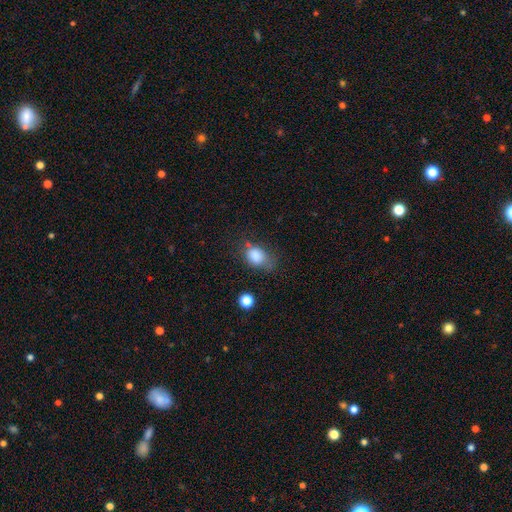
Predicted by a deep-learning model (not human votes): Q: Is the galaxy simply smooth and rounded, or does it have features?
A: smooth — 82%.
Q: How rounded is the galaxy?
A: in between — 65%.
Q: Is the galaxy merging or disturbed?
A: none — 49%.